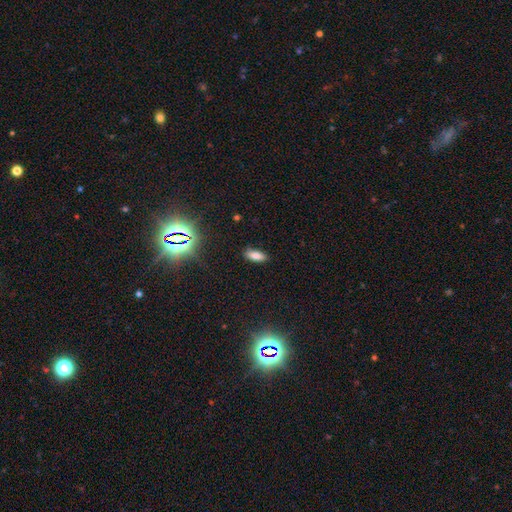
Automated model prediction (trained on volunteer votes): Q: Smooth or featured?
A: smooth (76%); runner-up: star or artifact (14%)
Q: How rounded?
A: in between (79%); runner-up: cigar-shaped (18%)
Q: Merging?
A: none (86%); runner-up: minor disturbance (10%)